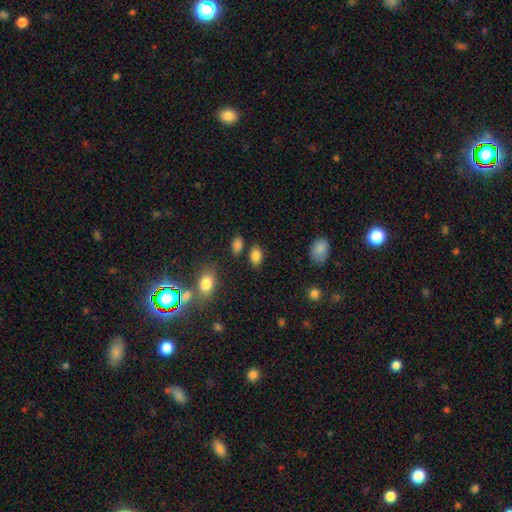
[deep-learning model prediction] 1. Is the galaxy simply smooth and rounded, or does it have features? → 84% smooth, 10% star or artifact, 6% featured or disk.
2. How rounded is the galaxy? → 85% in between, 13% round, 2% cigar-shaped.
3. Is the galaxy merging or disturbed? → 77% none, 12% minor disturbance, 7% merger, 4% major disturbance.